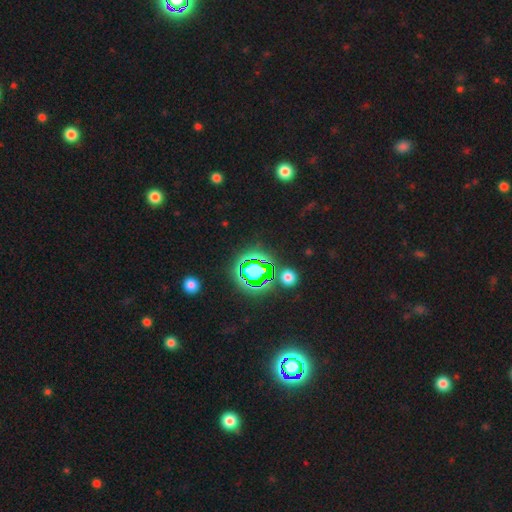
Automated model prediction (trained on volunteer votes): A star or artifact, not a galaxy (80%).

Vote fractions:
- Smooth or featured? star or artifact: 80% / smooth: 14% / featured or disk: 6%